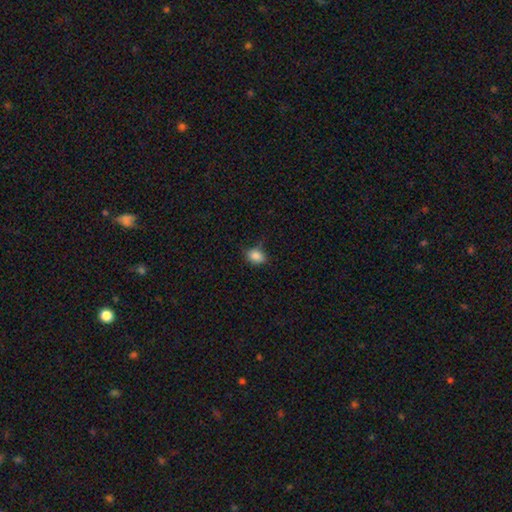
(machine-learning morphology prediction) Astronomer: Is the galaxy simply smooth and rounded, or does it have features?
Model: smooth — 86%.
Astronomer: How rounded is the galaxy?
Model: in between — 69%.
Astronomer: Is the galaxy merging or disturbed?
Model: none — 67%.